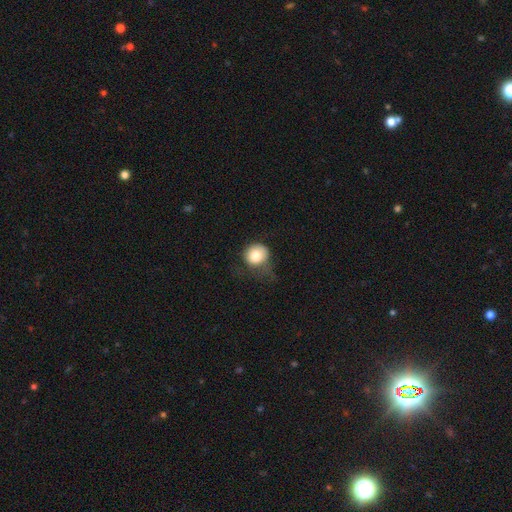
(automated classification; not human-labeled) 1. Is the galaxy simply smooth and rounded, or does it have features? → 78% smooth, 12% featured or disk, 9% star or artifact.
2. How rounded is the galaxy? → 86% round, 13% in between, 1% cigar-shaped.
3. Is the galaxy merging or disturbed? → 39% none, 34% minor disturbance, 25% major disturbance, 2% merger.